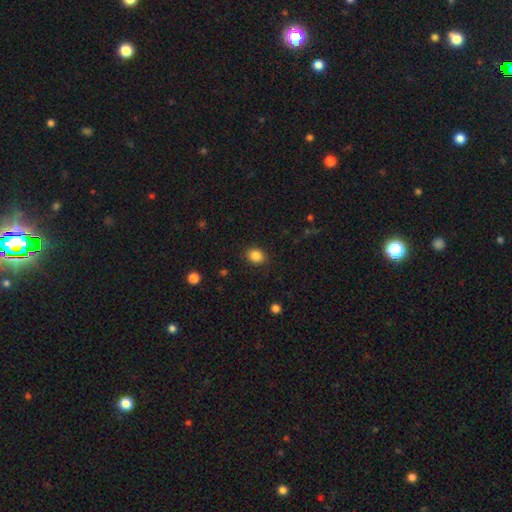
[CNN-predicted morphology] Smooth or featured? smooth (86%)
How rounded? round (61%)
Merging? none (88%)